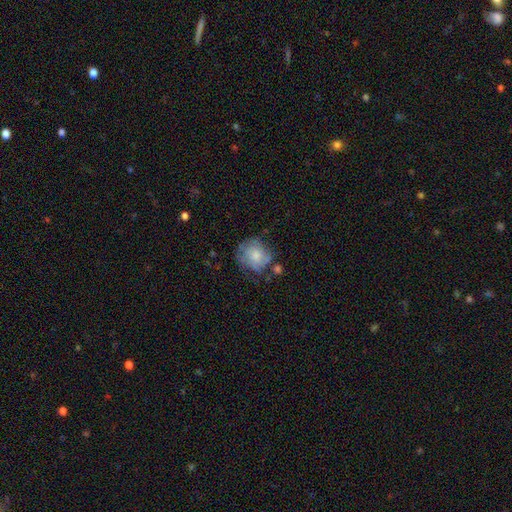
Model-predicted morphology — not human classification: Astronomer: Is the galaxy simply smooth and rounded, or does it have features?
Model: smooth — 58% (runner-up: featured or disk, 34%).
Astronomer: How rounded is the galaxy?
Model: round — 79%.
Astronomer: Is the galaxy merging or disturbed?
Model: none — 51% (runner-up: minor disturbance, 27%).